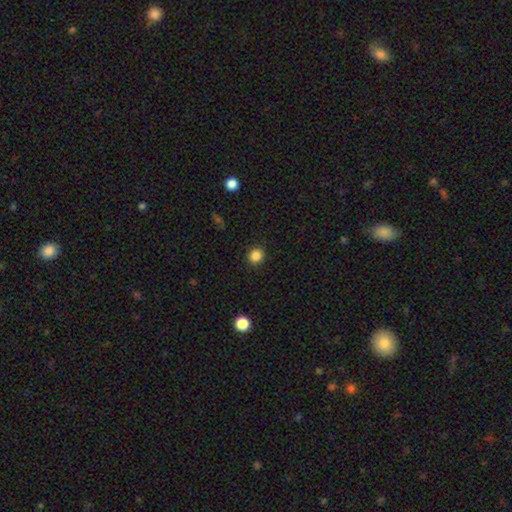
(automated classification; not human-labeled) Morphology: type=smooth (86%); roundness=round (86%); merging=none (90%).